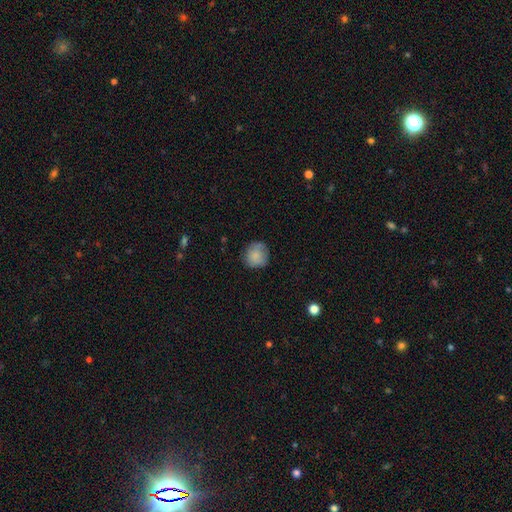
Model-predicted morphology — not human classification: This appears to be a smooth galaxy with no disk features (84%) that is round (86%). Merging: none (76%).